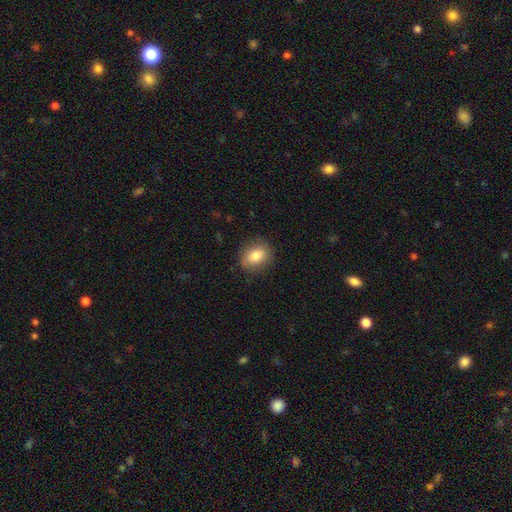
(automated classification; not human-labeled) Smooth or featured? Predicted: smooth (p=0.80). How rounded? Predicted: in between (p=0.51). Merging? Predicted: none (p=0.83).